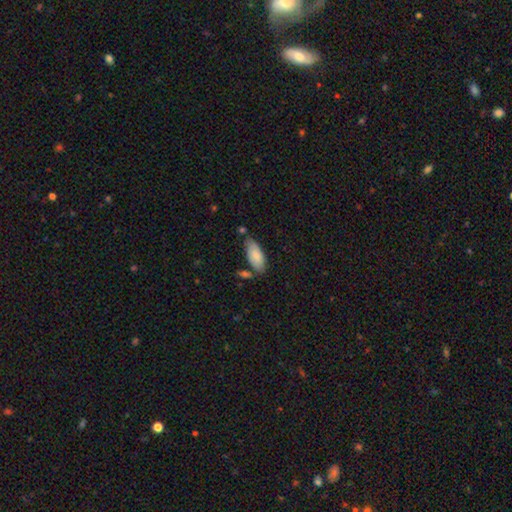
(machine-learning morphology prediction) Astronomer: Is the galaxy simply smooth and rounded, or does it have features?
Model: smooth — 83%.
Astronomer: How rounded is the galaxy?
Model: in between — 86%.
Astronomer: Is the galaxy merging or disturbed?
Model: none — 66%.